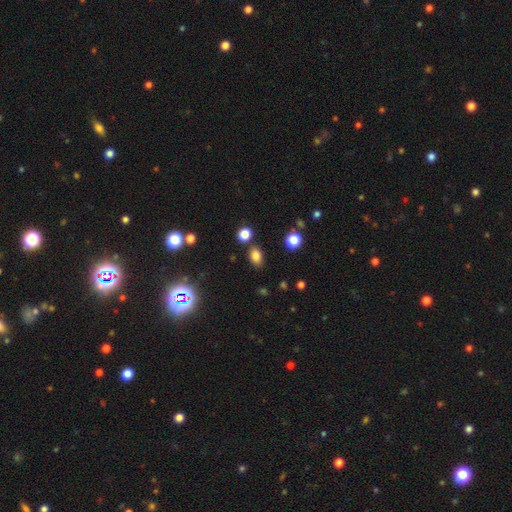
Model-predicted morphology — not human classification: Smooth or featured: smooth — 79% (star or artifact — 15%)
How rounded: in between — 75% (round — 24%)
Merging: none — 79% (minor disturbance — 11%)